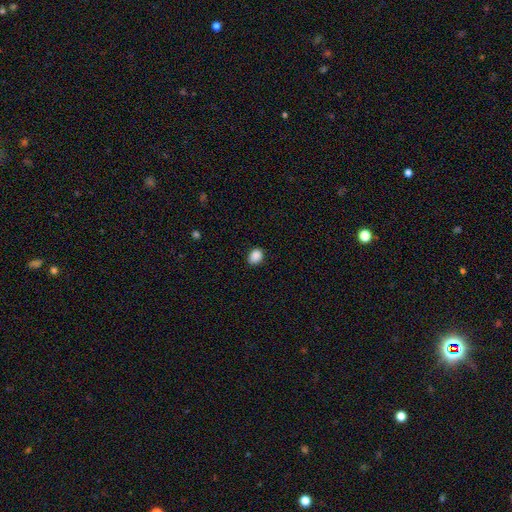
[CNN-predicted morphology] Smooth or featured? Predicted: smooth (p=0.89). How rounded? Predicted: in between (p=0.61). Merging? Predicted: none (p=0.85).